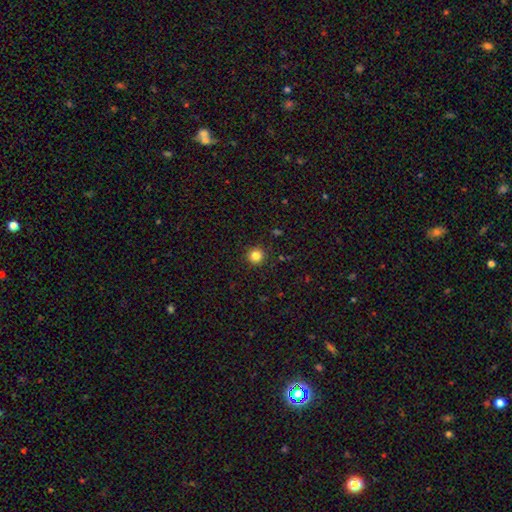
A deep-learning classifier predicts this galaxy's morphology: This is clearly a smooth galaxy (84%). How rounded: clearly round (95%). Merging: clearly none (92%).